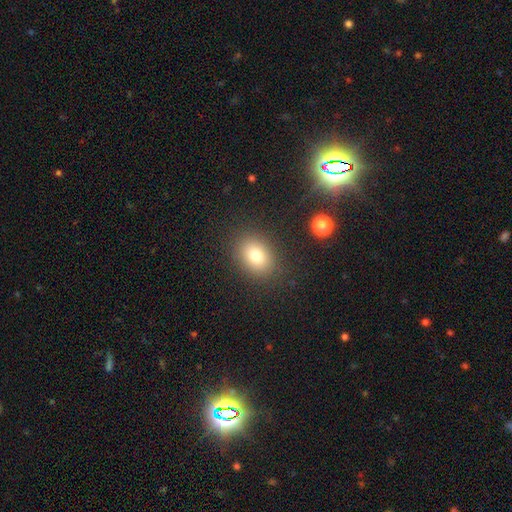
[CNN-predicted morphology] Q: Smooth or featured?
A: smooth (78%); runner-up: star or artifact (12%)
Q: How rounded?
A: in between (62%); runner-up: round (37%)
Q: Merging?
A: none (86%); runner-up: minor disturbance (9%)